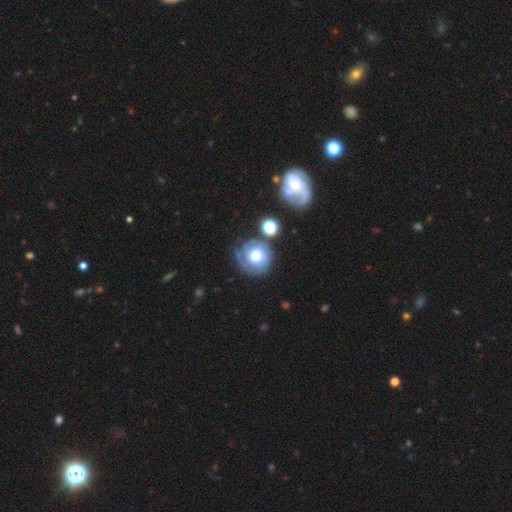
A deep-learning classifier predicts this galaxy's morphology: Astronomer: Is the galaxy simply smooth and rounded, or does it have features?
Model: featured or disk — 58% (runner-up: smooth, 34%).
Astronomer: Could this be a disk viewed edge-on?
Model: no — 97%.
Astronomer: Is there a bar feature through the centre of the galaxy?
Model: no — 81%.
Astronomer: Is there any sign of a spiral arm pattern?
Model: yes — 78%.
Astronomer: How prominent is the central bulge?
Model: moderate — 57%.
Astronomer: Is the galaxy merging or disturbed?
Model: none — 61%.